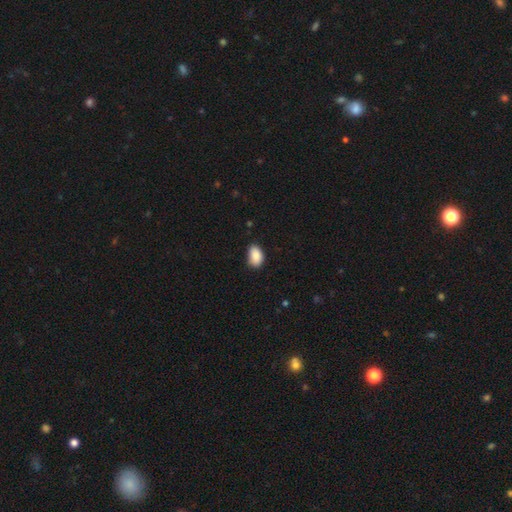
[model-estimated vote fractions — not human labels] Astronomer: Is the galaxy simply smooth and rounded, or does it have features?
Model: smooth — 89%.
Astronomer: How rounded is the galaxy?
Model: in between — 91%.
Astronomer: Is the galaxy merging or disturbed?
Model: none — 77%.